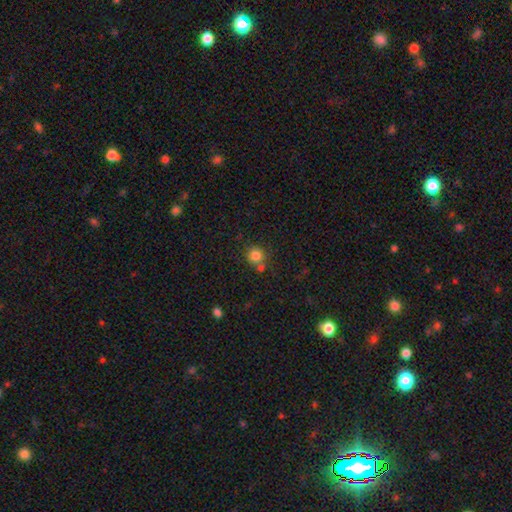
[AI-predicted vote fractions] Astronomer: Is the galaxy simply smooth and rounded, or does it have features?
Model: smooth — 82%.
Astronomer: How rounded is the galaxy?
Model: round — 91%.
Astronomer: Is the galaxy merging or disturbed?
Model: none — 70%.